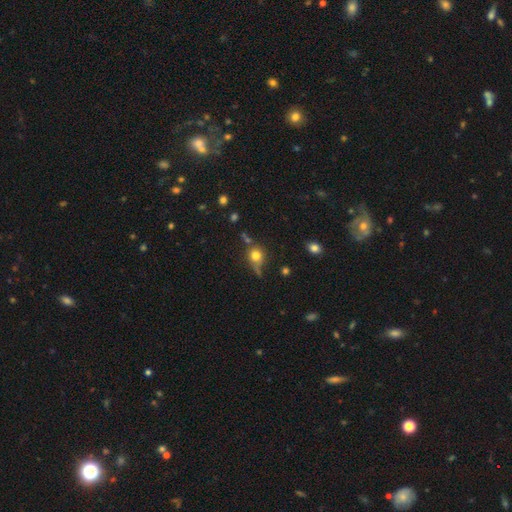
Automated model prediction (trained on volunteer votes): A smooth galaxy with no disk features (73%) that is round (79%). Merging: none (58%).